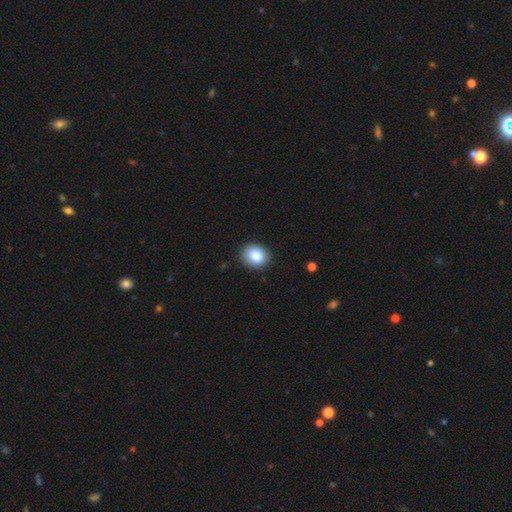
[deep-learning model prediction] Smooth or featured? smooth (86%)
How rounded? round (59%)
Merging? none (88%)